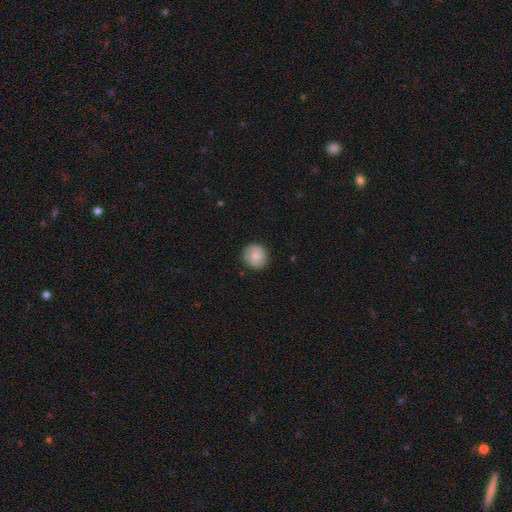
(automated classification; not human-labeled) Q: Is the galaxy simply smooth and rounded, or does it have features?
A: smooth — 76%.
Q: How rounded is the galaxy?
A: round — 92%.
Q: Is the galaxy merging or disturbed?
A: none — 88%.